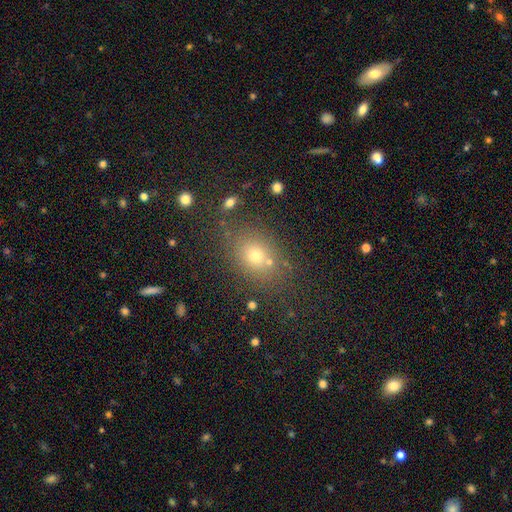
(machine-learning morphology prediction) smooth 69%, star or artifact 18%, featured or disk 12%. Down the decision tree: how rounded — in between (56%); merging — none (75%).